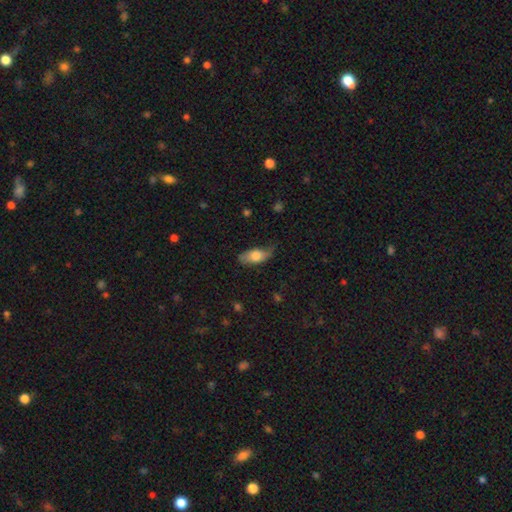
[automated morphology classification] smooth_or_featured: smooth (p=0.69) [alt: featured or disk p=0.25]
how_rounded: in between (p=0.83) [alt: cigar-shaped p=0.14]
merging: none (p=0.60) [alt: minor disturbance p=0.31]